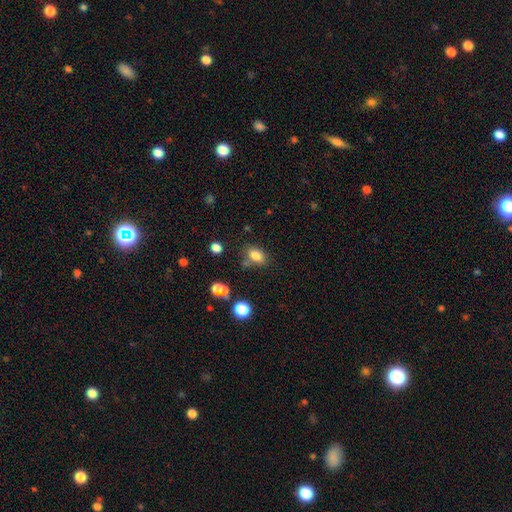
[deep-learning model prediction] Smooth or featured: smooth — 80% (star or artifact — 12%)
How rounded: in between — 79% (round — 20%)
Merging: none — 69% (minor disturbance — 16%)